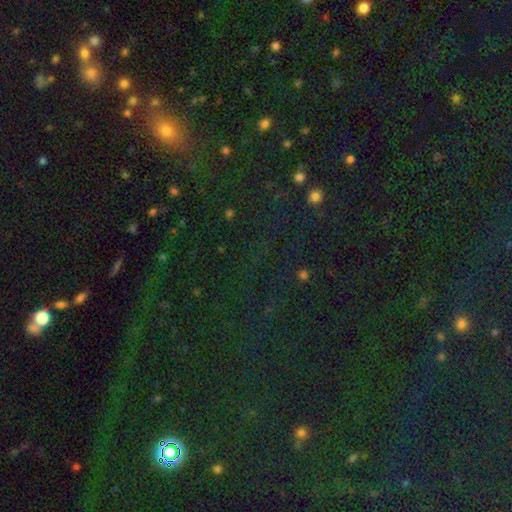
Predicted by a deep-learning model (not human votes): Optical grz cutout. It shows a star or artifact, not a galaxy (73%).